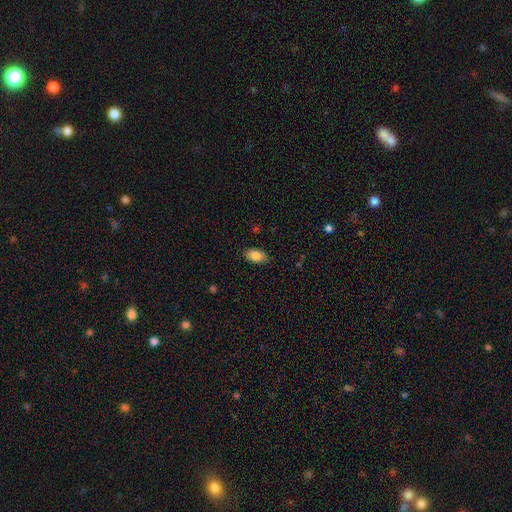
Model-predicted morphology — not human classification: This appears to be a smooth galaxy with no disk features (85%) that is in between round and cigar-shaped (92%). Merging: none (86%).